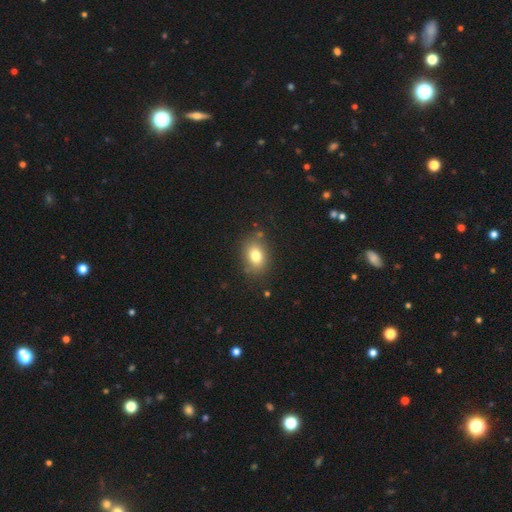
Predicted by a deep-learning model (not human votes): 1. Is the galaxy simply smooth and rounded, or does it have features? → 79% smooth, 11% featured or disk, 11% star or artifact.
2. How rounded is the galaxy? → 68% in between, 31% round, 1% cigar-shaped.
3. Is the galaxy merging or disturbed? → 81% none, 13% minor disturbance, 4% major disturbance, 3% merger.